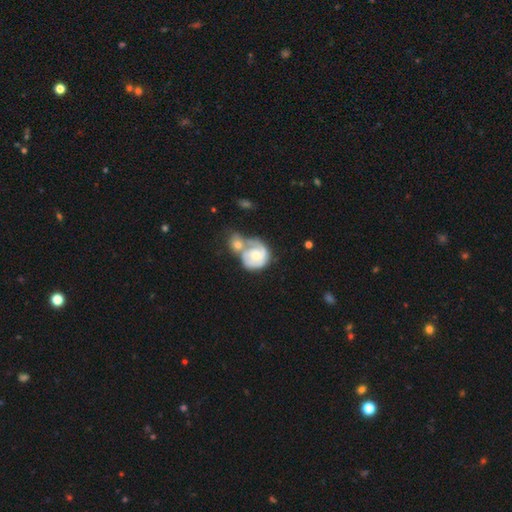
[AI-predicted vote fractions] Smooth or featured? Predicted: featured or disk (p=0.71). Edge-on disk? Predicted: no (p=0.98). Bar? Predicted: no (p=0.73). Spiral arms? Predicted: yes (p=0.86). Spiral winding? Predicted: tight (p=0.59). Spiral arm count? Predicted: 2 (p=0.42). Bulge size? Predicted: moderate (p=0.51). Merging? Predicted: merger (p=0.56).